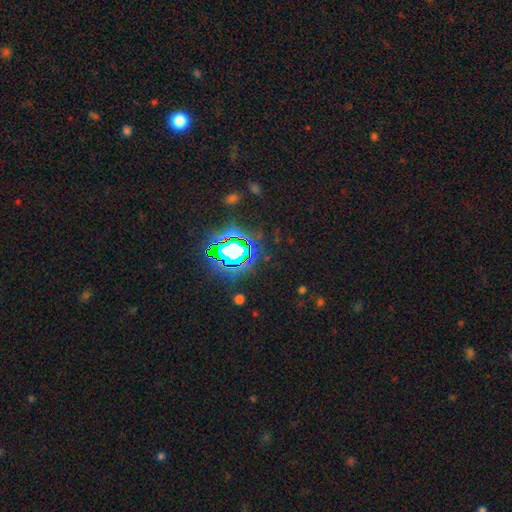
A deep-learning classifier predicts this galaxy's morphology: The model was most divided on "smooth or featured": star or artifact: 84%, smooth: 10%, featured or disk: 6%.